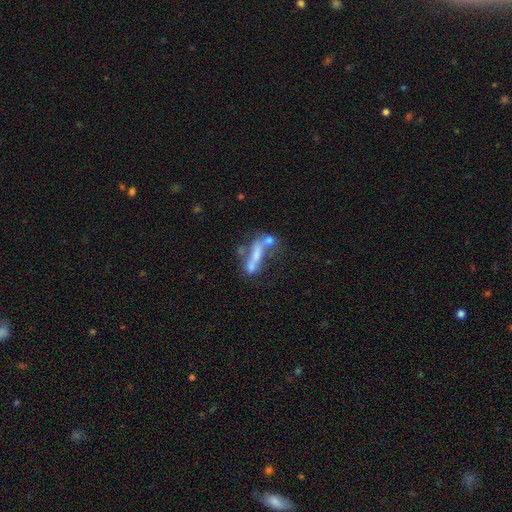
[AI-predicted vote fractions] This appears to be a featured or disk galaxy (46%). Merging: merger (42%).